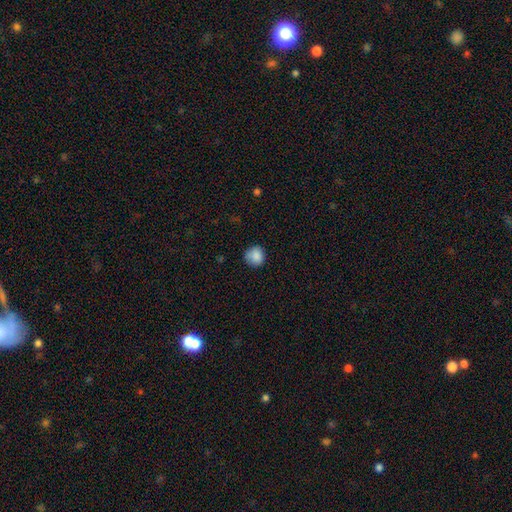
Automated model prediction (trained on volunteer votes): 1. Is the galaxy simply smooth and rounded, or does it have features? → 87% smooth, 9% star or artifact, 4% featured or disk.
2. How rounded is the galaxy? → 89% round, 10% in between, 1% cigar-shaped.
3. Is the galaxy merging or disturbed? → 81% none, 15% minor disturbance, 3% major disturbance, 1% merger.